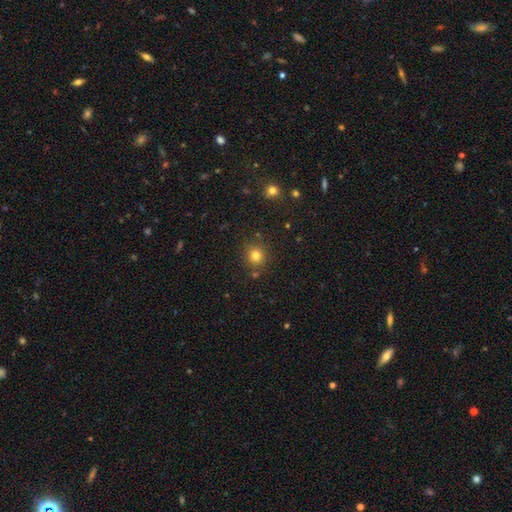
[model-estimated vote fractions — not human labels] Morphology: type=smooth (80%); roundness=round (90%); merging=none (83%).